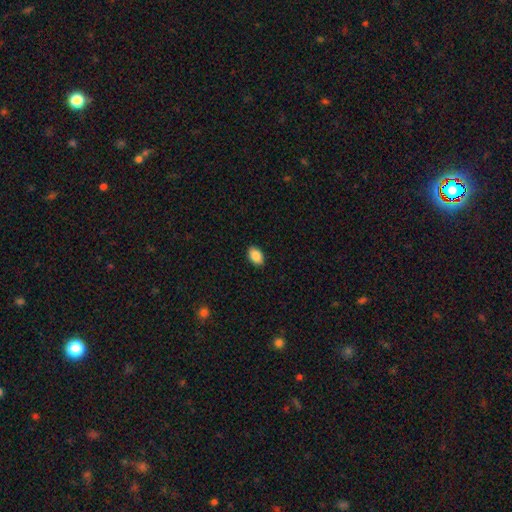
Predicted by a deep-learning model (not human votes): smooth_or_featured: smooth (p=0.88) [alt: star or artifact p=0.07]
how_rounded: in between (p=0.88) [alt: round p=0.11]
merging: none (p=0.90) [alt: minor disturbance p=0.08]